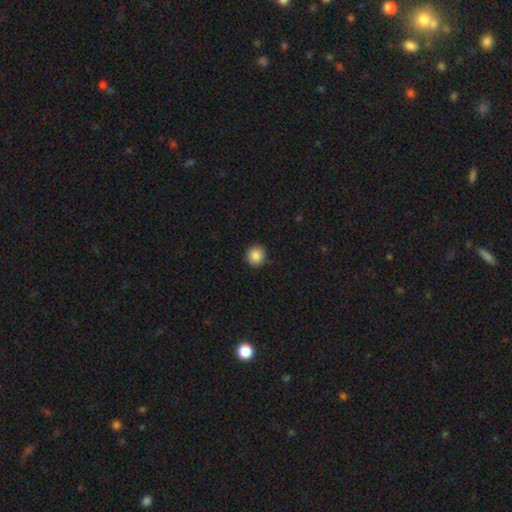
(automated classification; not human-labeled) A smooth galaxy with no disk features (87%) that is round (87%). Merging: none (89%).